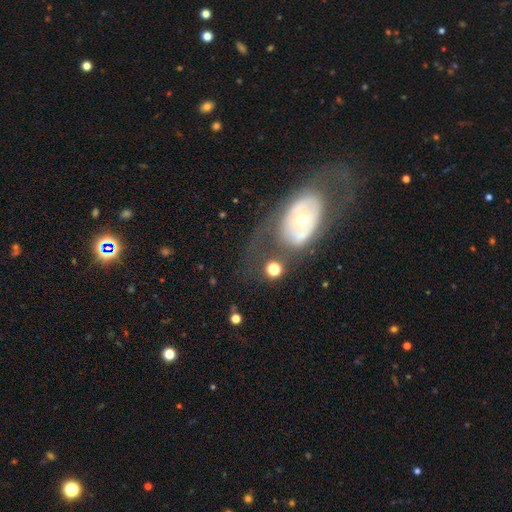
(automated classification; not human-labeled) smooth_or_featured: featured or disk (p=0.65) [alt: smooth p=0.25]
disk_edge_on: no (p=0.90) [alt: yes p=0.10]
bar: no (p=0.74) [alt: weak p=0.16]
has_spiral_arms: no (p=0.62) [alt: yes p=0.38]
bulge_size: small (p=0.47) [alt: moderate p=0.43]
merging: none (p=0.64) [alt: major disturbance p=0.17]